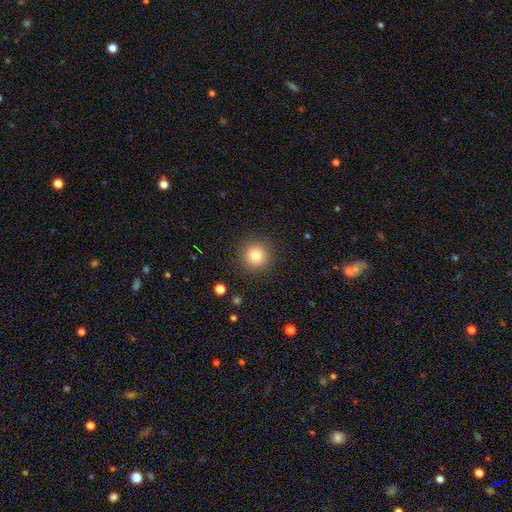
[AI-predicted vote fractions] A smooth galaxy with no disk features (81%) that is round (95%). Merging: none (90%).